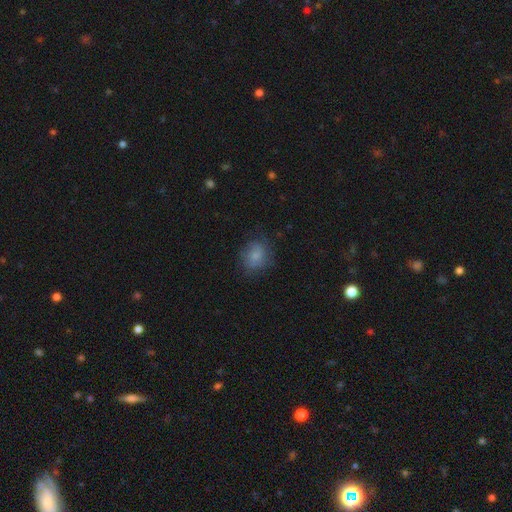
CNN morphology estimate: This is likely a smooth galaxy (80%). How rounded: likely round (61%). Merging: likely none (72%).